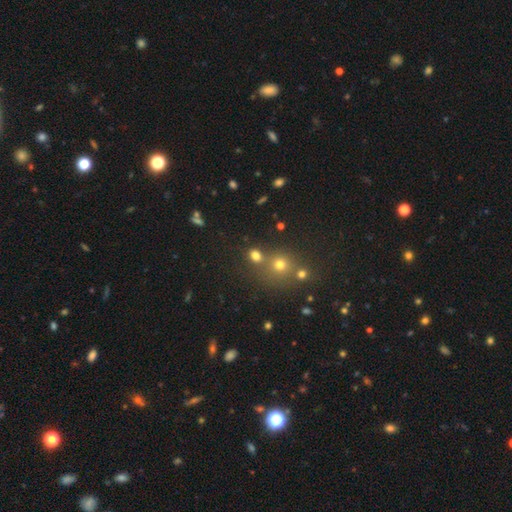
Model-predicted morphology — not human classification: Smooth or featured? smooth (72%)
How rounded? round (69%)
Merging? none (64%)